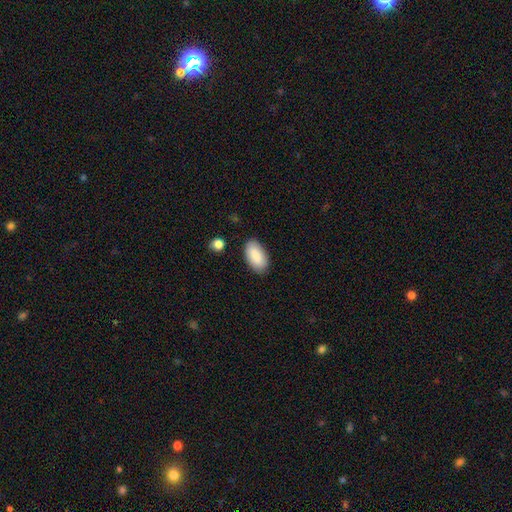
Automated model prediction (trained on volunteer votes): smooth 88%, featured or disk 6%, star or artifact 6%. Down the decision tree: how rounded — in between (94%); merging — none (85%).